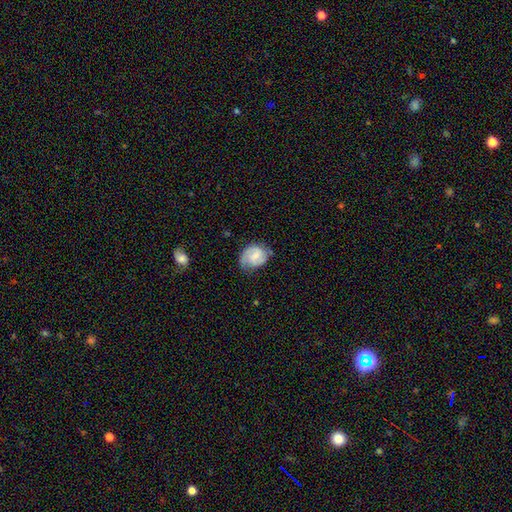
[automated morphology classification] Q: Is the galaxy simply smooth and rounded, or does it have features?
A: featured or disk — 62%.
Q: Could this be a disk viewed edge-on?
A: no — 98%.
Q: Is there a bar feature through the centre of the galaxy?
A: weak — 51%.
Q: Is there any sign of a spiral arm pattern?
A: yes — 91%.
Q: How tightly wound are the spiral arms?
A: medium — 44%.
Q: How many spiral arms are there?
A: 2 — 73%.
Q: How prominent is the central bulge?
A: small — 51%.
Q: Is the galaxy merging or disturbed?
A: none — 60%.